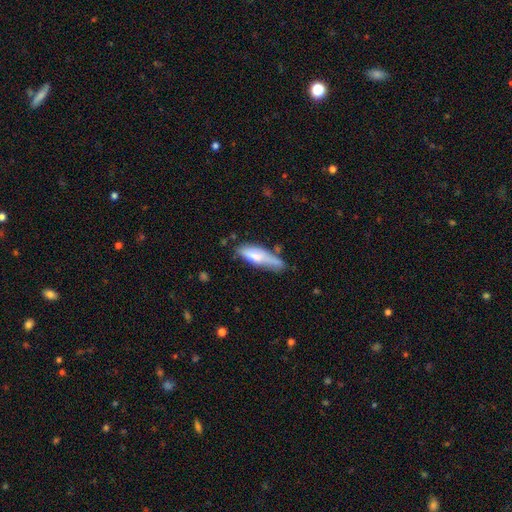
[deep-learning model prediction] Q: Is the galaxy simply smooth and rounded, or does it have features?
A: smooth — 70%.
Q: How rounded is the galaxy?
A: cigar-shaped — 57%.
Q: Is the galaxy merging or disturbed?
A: none — 43%.